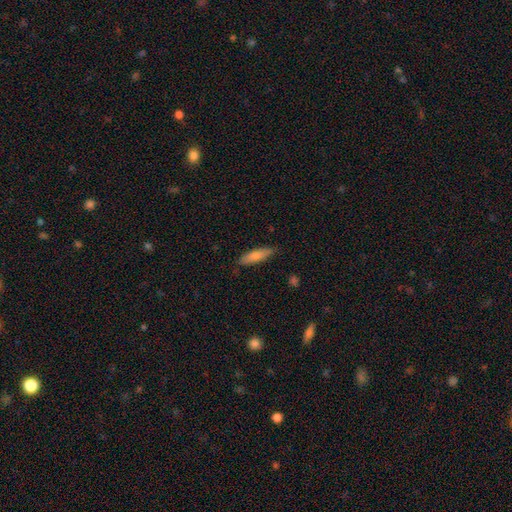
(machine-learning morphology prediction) type=smooth (76%); roundness=cigar-shaped (58%); merging=none (82%).